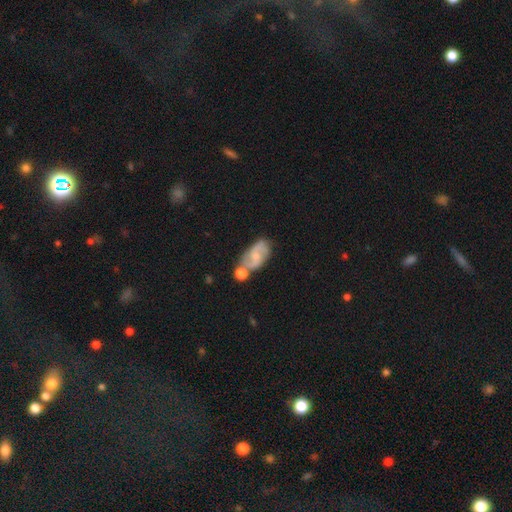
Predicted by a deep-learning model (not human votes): smooth_or_featured: featured or disk (p=0.67) [alt: smooth p=0.26]
disk_edge_on: no (p=0.95) [alt: yes p=0.05]
bar: no (p=0.49) [alt: weak p=0.43]
has_spiral_arms: yes (p=0.91) [alt: no p=0.09]
spiral_winding: medium (p=0.47) [alt: loose p=0.32]
spiral_arm_count: 2 (p=0.82) [alt: can't tell p=0.09]
bulge_size: small (p=0.53) [alt: moderate p=0.24]
merging: none (p=0.51) [alt: merger p=0.23]